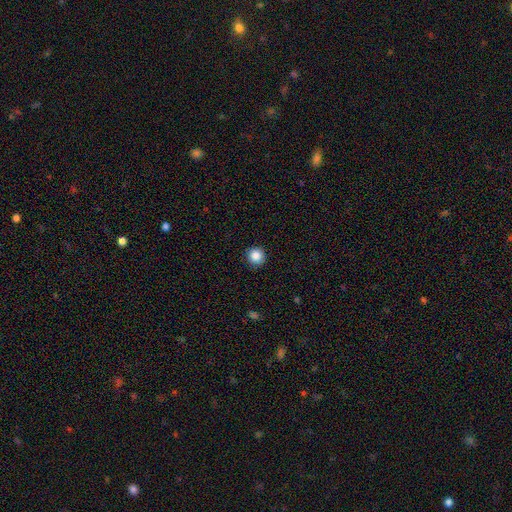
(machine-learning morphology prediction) Overall: smooth (87%). How rounded: round (95%). Merging: none (92%).